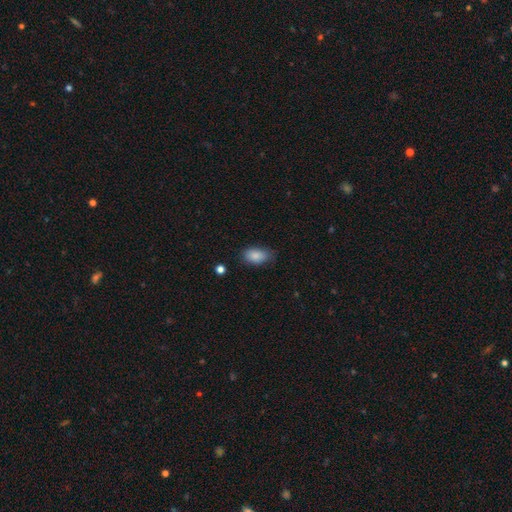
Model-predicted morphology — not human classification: A smooth galaxy with no disk features (87%) that is in between round and cigar-shaped (91%).

Vote fractions:
- Smooth or featured? smooth: 87% / star or artifact: 8% / featured or disk: 6%
- How rounded? in between: 91% / round: 6% / cigar-shaped: 3%
- Merging? none: 75% / minor disturbance: 19% / major disturbance: 4% / merger: 1%